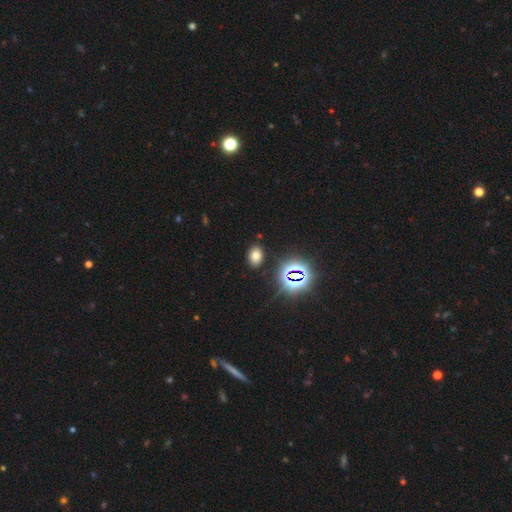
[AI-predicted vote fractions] Smooth or featured? Predicted: smooth (p=0.68). How rounded? Predicted: in between (p=0.76). Merging? Predicted: none (p=0.87).